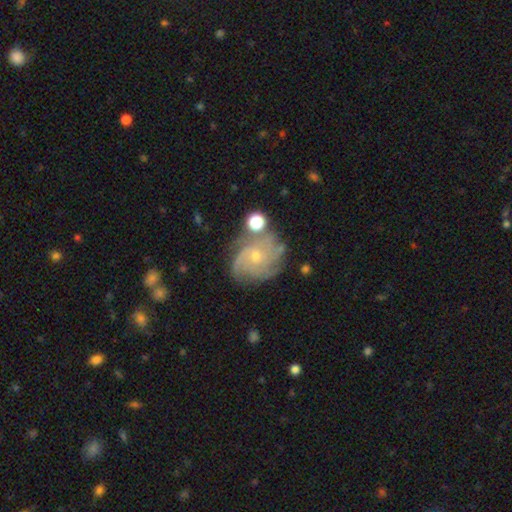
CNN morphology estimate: Smooth or featured: featured or disk — 79% (smooth — 12%)
Edge-on disk: no — 98% (yes — 2%)
Bar: no — 76% (weak — 21%)
Spiral arms: yes — 94% (no — 6%)
Spiral winding: tight — 49% (medium — 38%)
Spiral arm count: can't tell — 26% (3 — 25%)
Bulge size: small — 69% (moderate — 28%)
Merging: none — 65% (minor disturbance — 20%)